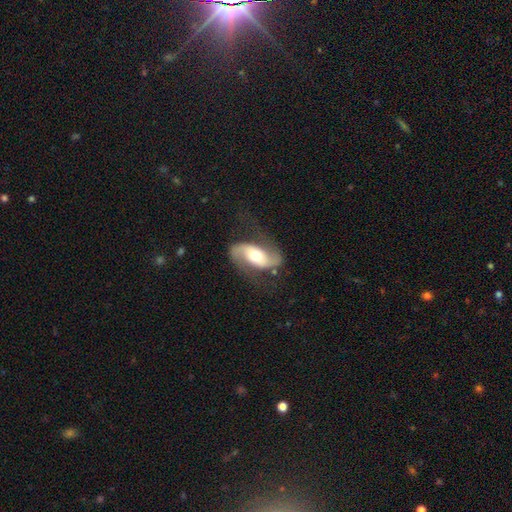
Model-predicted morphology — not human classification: smooth-or-featured: featured or disk: 83% | smooth: 12% | star or artifact: 5%
  disk-edge-on: no: 95% | yes: 5%
    bar: no: 42% | weak: 32% | strong: 26%
    has-spiral-arms: yes: 94% | no: 6%
      spiral-winding: loose: 54% | medium: 35% | tight: 11%
      spiral-arm-count: 2: 92% | can't tell: 3% | 1: 2% | 3: 1% | 4: 1% | more than 4: 1%
    bulge-size: moderate: 67% | large: 16% | small: 14% | dominant: 2% | none: 1%
  merging: none: 67% | minor disturbance: 18% | major disturbance: 13% | merger: 2%